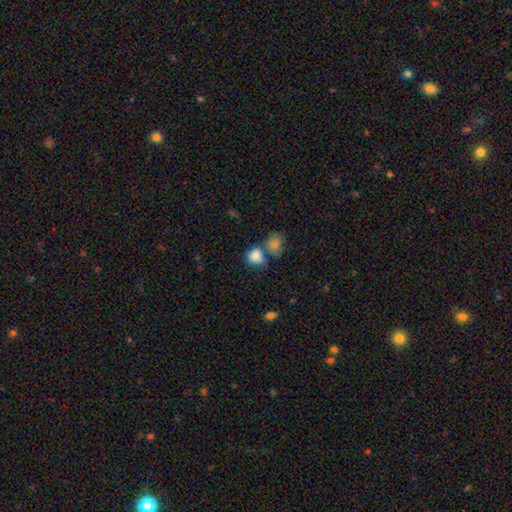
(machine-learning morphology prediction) Overall: smooth (84%). How rounded: round (53%; in between 46%). Merging: merger (44%; none 37%).